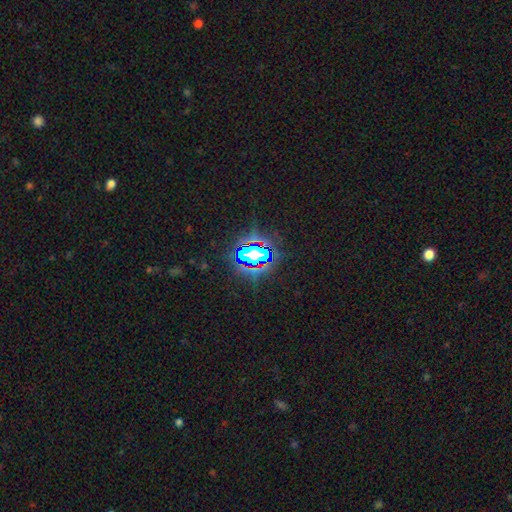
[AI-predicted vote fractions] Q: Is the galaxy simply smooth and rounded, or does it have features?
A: star or artifact — 78%.